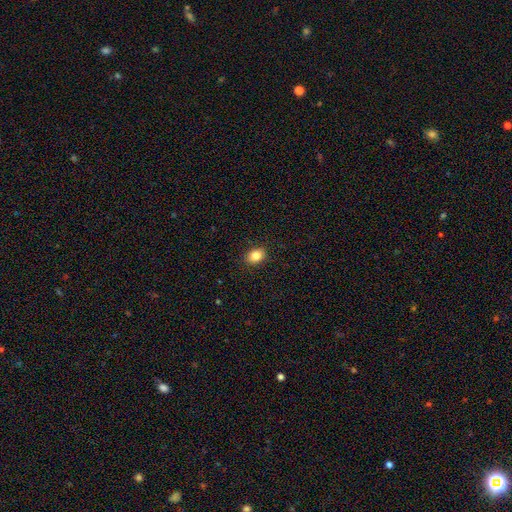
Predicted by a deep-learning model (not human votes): Overall: smooth (85%). How rounded: in between (64%; round 35%). Merging: none (89%).